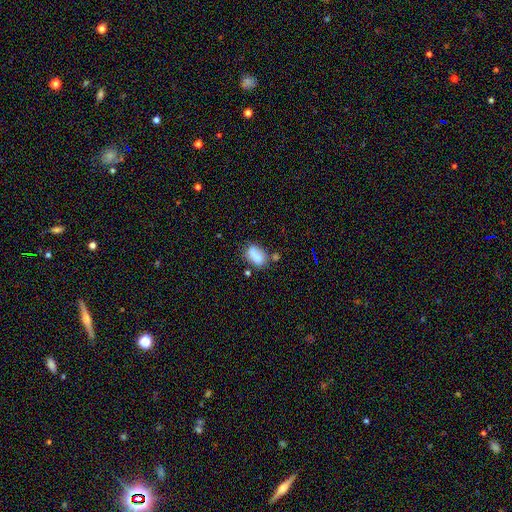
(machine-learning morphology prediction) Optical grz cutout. It shows a smooth galaxy with no disk features (76%) that is in between round and cigar-shaped (84%). Merging: none (47%).